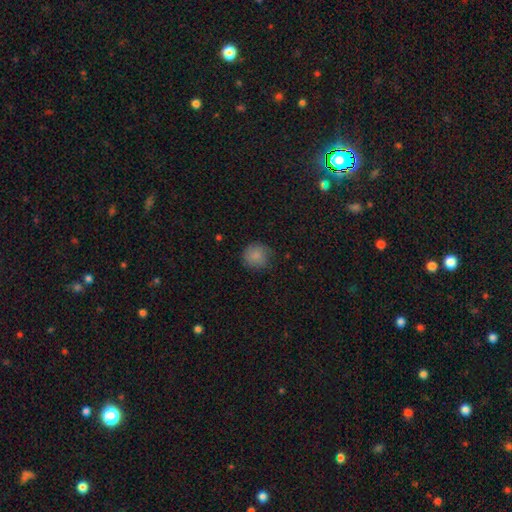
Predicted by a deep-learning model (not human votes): Morphology: type=smooth (84%); roundness=round (89%); merging=none (74%).